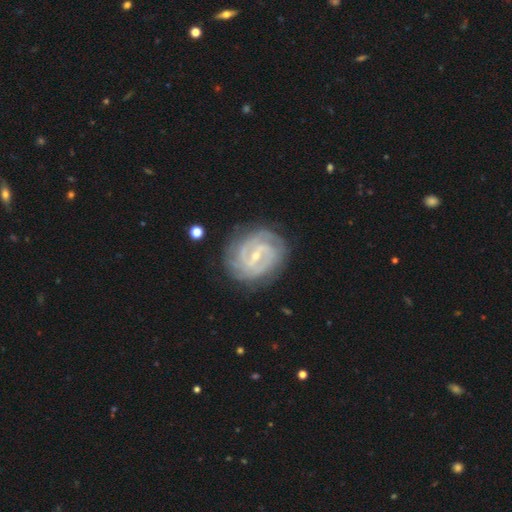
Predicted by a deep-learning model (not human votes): Morphology: type=featured or disk (88%); edge-on=no (97%); bar=weak (46%); spiral arms=yes (97%); winding=tight (70%); arm count=2 (43%); bulge=small (69%); merging=none (80%).